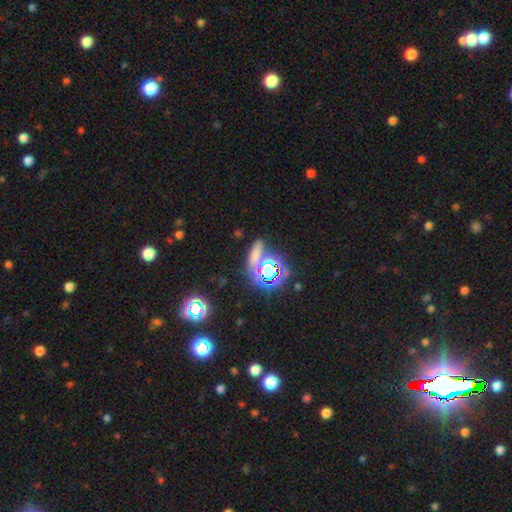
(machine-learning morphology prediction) Smooth or featured?
  - star or artifact: 45% *
  - smooth: 43%
  - featured or disk: 11%